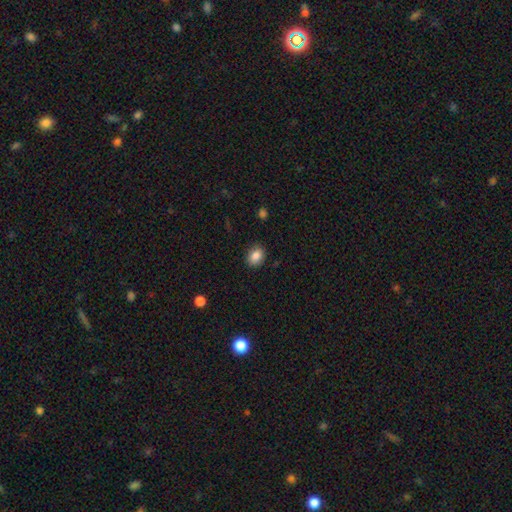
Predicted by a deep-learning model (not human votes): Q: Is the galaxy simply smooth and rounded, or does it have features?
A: smooth — 86%.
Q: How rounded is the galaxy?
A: in between — 62%.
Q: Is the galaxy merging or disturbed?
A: none — 88%.